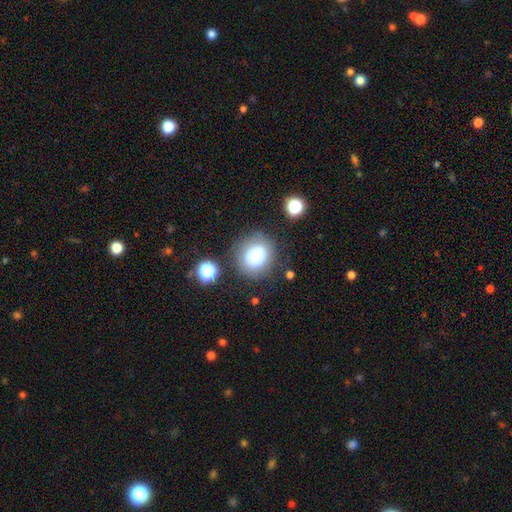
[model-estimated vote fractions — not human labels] A smooth galaxy with no disk features (56%) that is round (74%).

Vote fractions:
- Smooth or featured? smooth: 56% / featured or disk: 34% / star or artifact: 10%
- How rounded? round: 74% / in between: 25% / cigar-shaped: 1%
- Merging? none: 74% / minor disturbance: 15% / major disturbance: 8% / merger: 3%